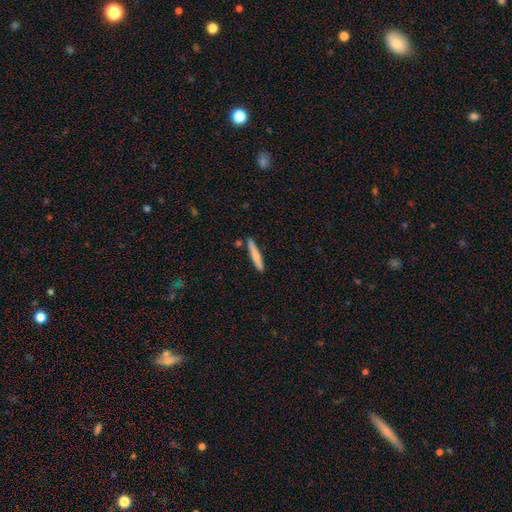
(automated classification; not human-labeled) A smooth galaxy with no disk features (73%) that is cigar-shaped (94%). Merging: none (85%).